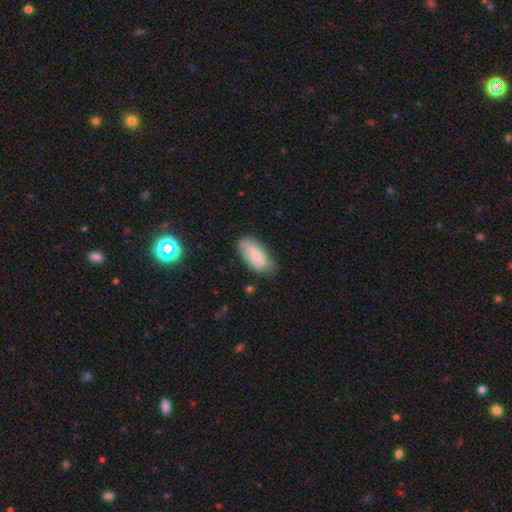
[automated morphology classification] Smooth or featured? Predicted: smooth (p=0.66). How rounded? Predicted: in between (p=0.93). Merging? Predicted: none (p=0.65).